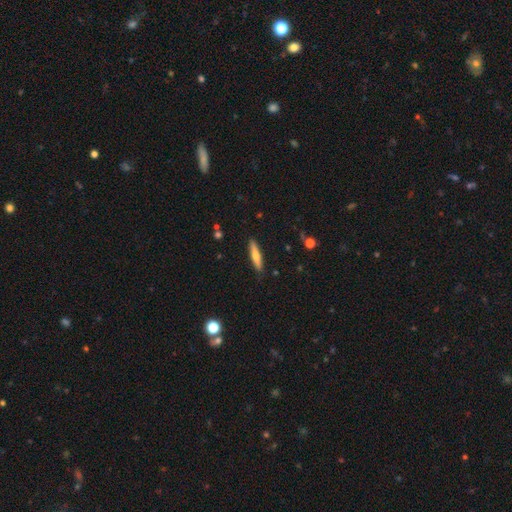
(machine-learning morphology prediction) This is possibly a smooth galaxy (59%). How rounded: clearly cigar-shaped (85%). Merging: clearly none (88%).